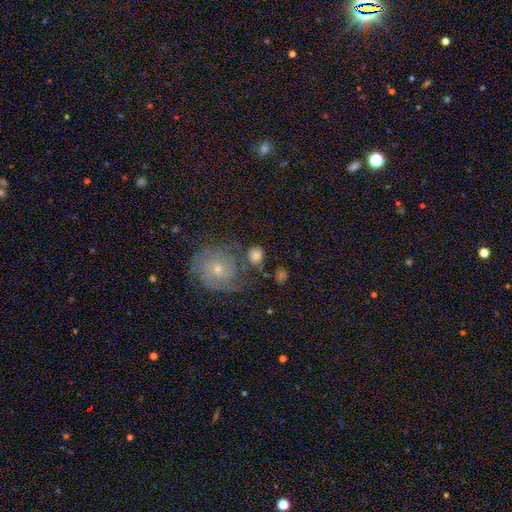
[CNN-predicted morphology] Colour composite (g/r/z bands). It shows a smooth galaxy with no disk features (70%) that is round (80%). Merging: none (65%).